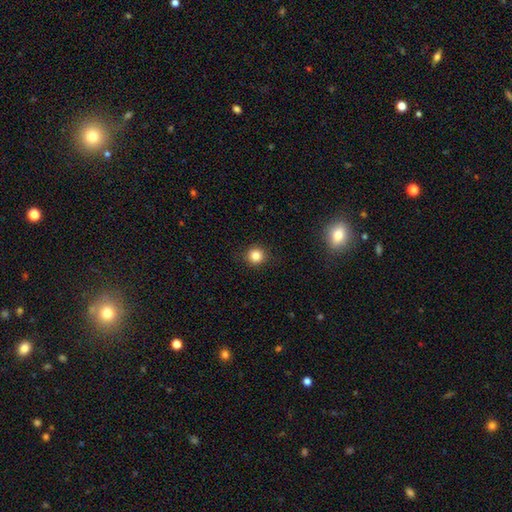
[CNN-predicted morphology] smooth-or-featured: smooth: 84% | star or artifact: 11% | featured or disk: 5%
  how-rounded: round: 93% | in between: 6% | cigar-shaped: 1%
  merging: none: 90% | minor disturbance: 6% | major disturbance: 2% | merger: 1%